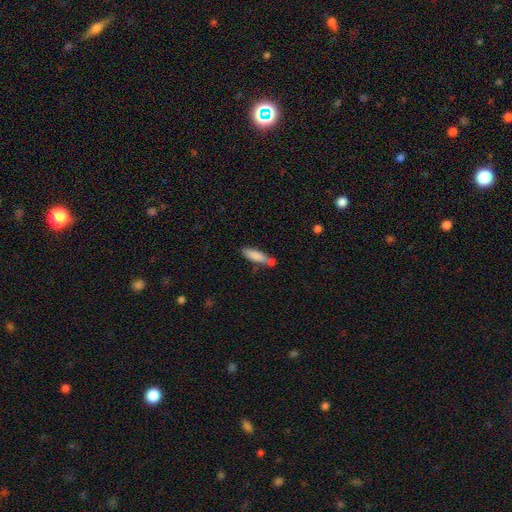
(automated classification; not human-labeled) This appears to be a smooth galaxy with no disk features (80%) that is cigar-shaped (67%). Merging: none (51%).